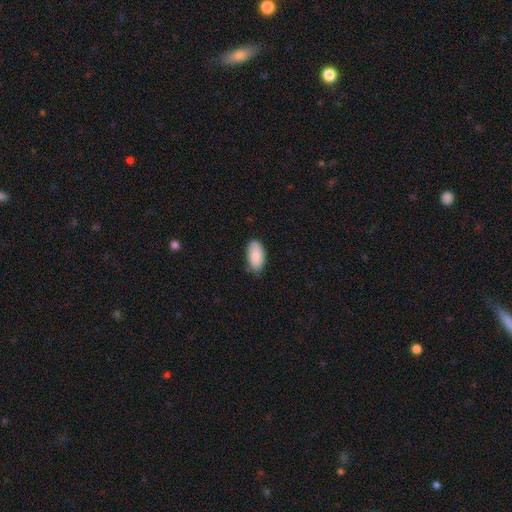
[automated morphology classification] Smooth or featured: smooth — 89% (star or artifact — 6%)
How rounded: in between — 95% (cigar-shaped — 3%)
Merging: none — 71% (minor disturbance — 24%)